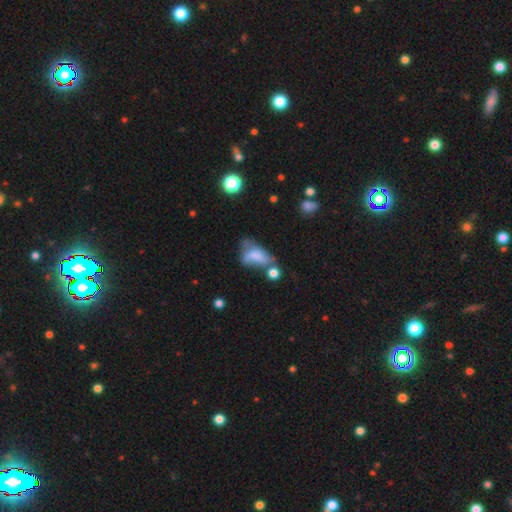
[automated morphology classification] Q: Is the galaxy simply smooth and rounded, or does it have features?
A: smooth — 57%.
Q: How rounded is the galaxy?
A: in between — 85%.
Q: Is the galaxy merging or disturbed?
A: major disturbance — 33%.